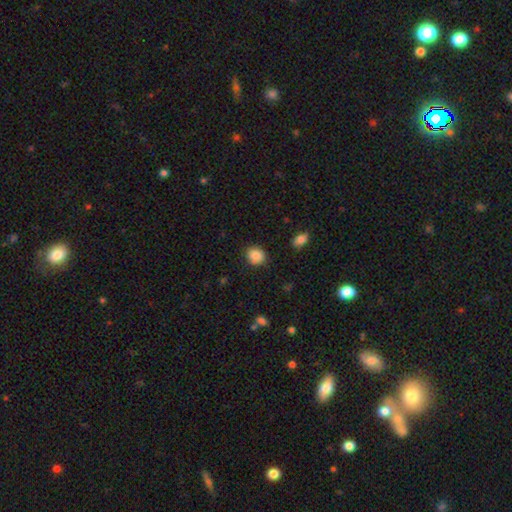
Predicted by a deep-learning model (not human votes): The model was most divided on "how rounded": round: 69%, in between: 30%, cigar-shaped: 1%. More confident: smooth or featured — smooth (87%); merging — none (86%).